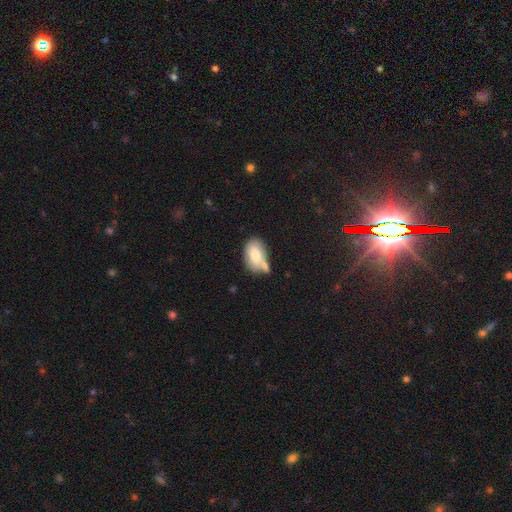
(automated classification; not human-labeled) This appears to be a smooth galaxy with no disk features (74%) that is in between round and cigar-shaped (89%). Merging: none (43%).